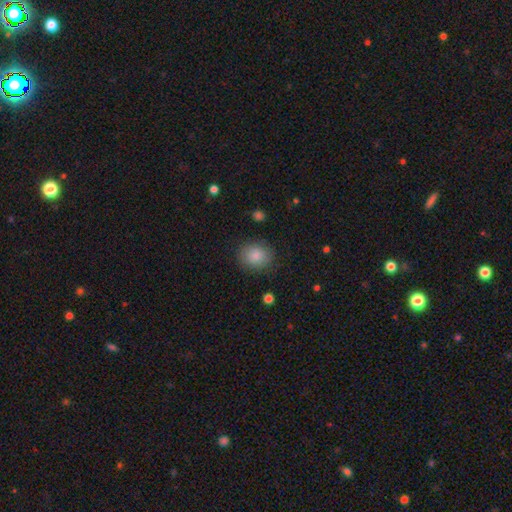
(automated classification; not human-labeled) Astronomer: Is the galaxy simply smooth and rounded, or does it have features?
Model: smooth — 86%.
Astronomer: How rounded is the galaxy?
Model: round — 63%.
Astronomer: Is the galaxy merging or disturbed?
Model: none — 84%.